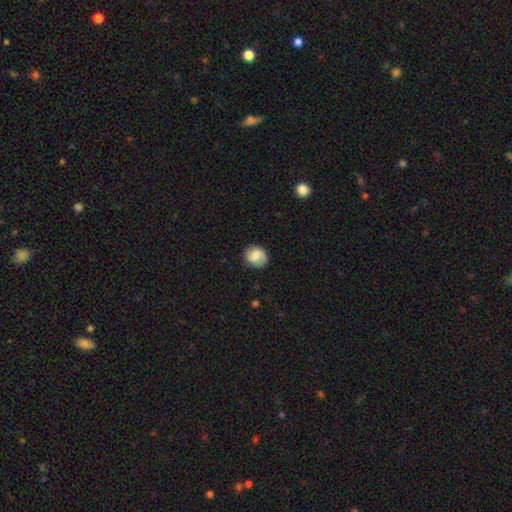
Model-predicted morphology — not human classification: Q: Smooth or featured?
A: smooth (70%); runner-up: featured or disk (22%)
Q: How rounded?
A: round (71%); runner-up: in between (28%)
Q: Merging?
A: none (75%); runner-up: minor disturbance (18%)